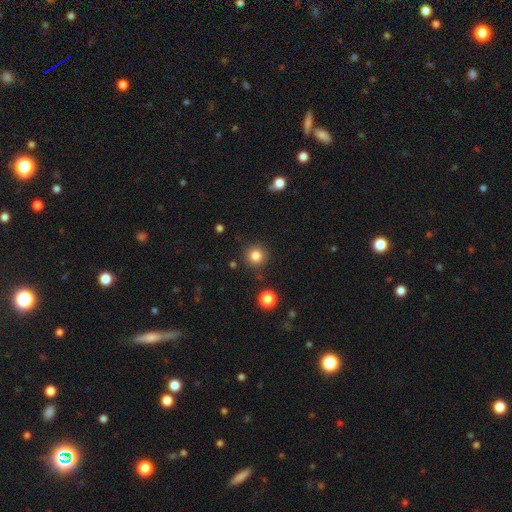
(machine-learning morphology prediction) Overall: smooth (83%). How rounded: round (94%). Merging: none (88%).